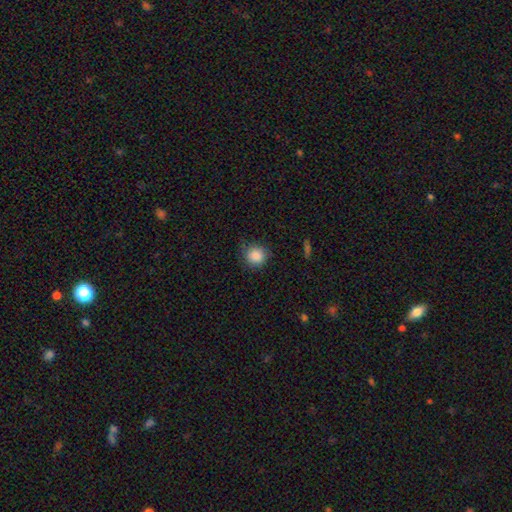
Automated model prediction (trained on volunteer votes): The model was most divided on "merging": none: 74%, minor disturbance: 20%, major disturbance: 5%, merger: 1%. More confident: how rounded — round (90%); smooth or featured — smooth (87%).